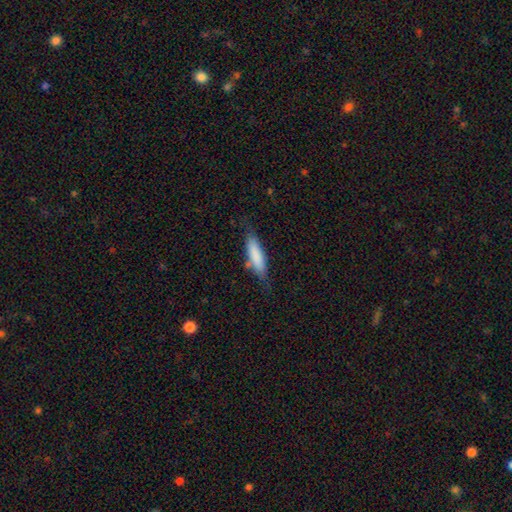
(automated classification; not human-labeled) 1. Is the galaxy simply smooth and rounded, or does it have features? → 80% smooth, 14% featured or disk, 6% star or artifact.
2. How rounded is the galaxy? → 68% cigar-shaped, 30% in between, 2% round.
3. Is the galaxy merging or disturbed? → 70% none, 21% minor disturbance, 5% major disturbance, 4% merger.